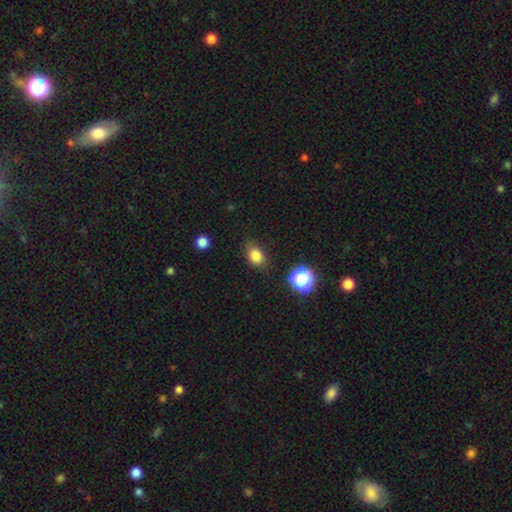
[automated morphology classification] Smooth or featured? smooth (82%)
How rounded? in between (61%)
Merging? none (75%)